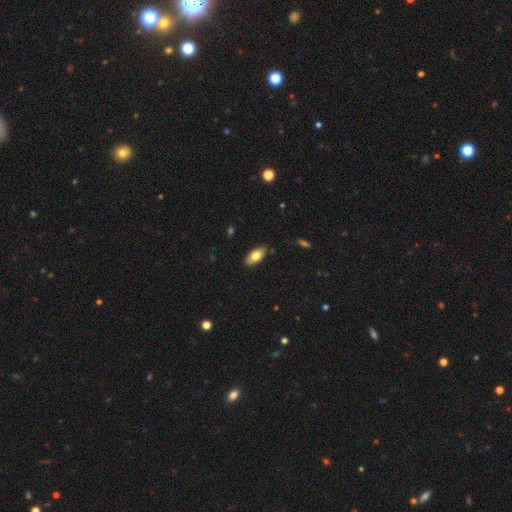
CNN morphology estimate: smooth-or-featured: smooth: 76% | featured or disk: 17% | star or artifact: 7%
  how-rounded: in between: 90% | cigar-shaped: 7% | round: 3%
  merging: none: 86% | minor disturbance: 11% | major disturbance: 2% | merger: 1%